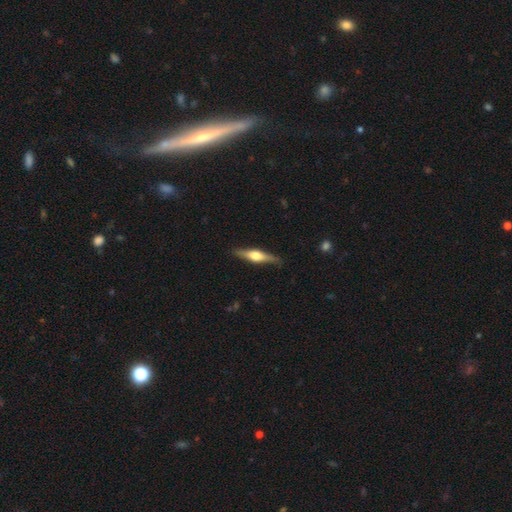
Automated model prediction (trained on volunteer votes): Morphology: type=featured or disk (63%); edge-on=yes (96%); edge-on bulge=rounded (92%); merging=none (86%).